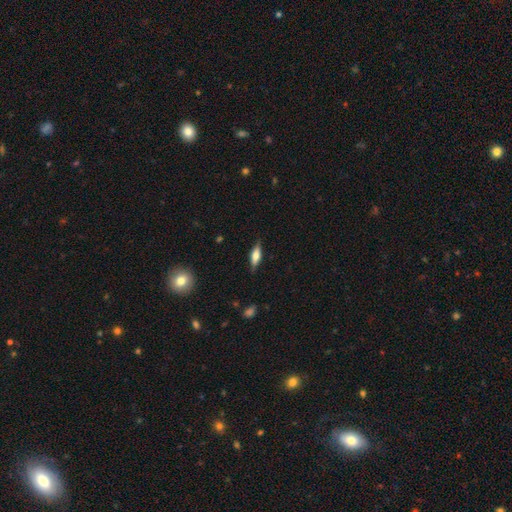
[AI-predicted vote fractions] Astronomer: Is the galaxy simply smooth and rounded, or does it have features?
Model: smooth — 49% (runner-up: featured or disk, 44%).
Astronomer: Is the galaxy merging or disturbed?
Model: none — 84%.